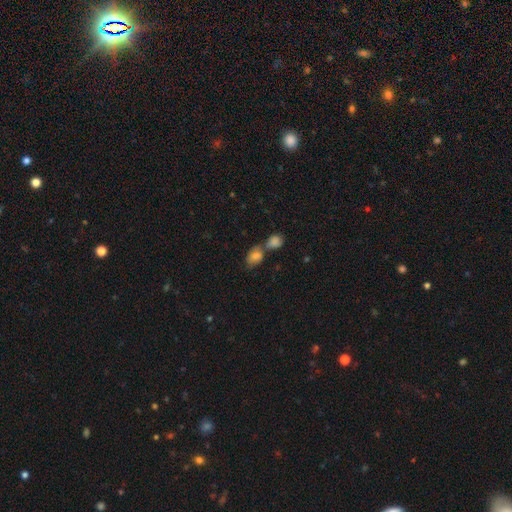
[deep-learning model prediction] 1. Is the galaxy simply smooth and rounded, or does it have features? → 75% smooth, 13% star or artifact, 12% featured or disk.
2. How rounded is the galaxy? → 75% in between, 22% round, 3% cigar-shaped.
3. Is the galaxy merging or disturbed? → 54% merger, 33% none, 9% minor disturbance, 4% major disturbance.